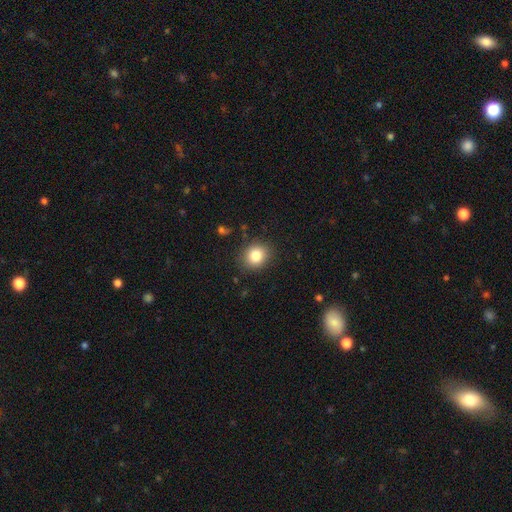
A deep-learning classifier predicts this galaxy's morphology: A smooth galaxy with no disk features (83%) that is round (71%). Merging: none (87%).